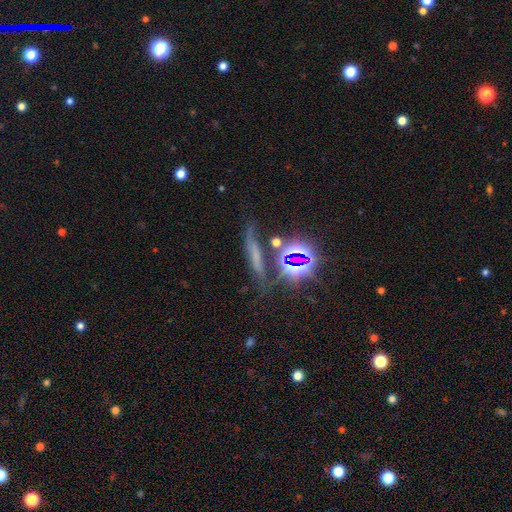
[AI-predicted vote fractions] Q: Smooth or featured?
A: star or artifact (40%); runner-up: smooth (36%)